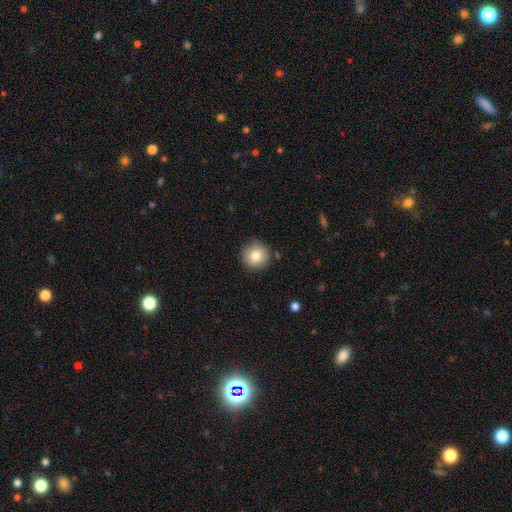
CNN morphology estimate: Smooth or featured: smooth — 81% (featured or disk — 10%)
How rounded: round — 95% (in between — 4%)
Merging: none — 89% (minor disturbance — 8%)